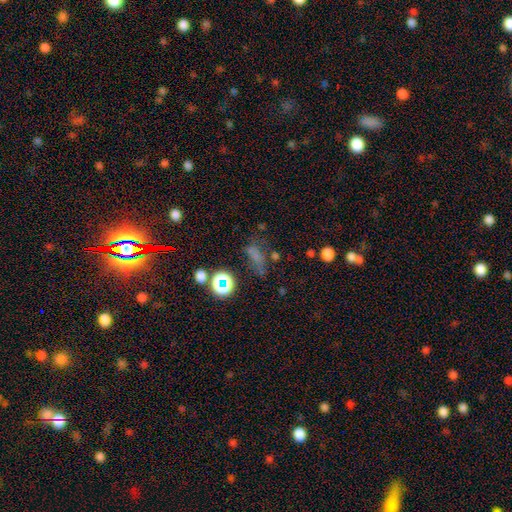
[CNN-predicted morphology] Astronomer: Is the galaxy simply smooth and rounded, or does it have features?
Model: smooth — 54% (runner-up: star or artifact, 32%).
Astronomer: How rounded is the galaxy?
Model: in between — 56%.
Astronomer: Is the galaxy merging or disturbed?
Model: none — 51%.